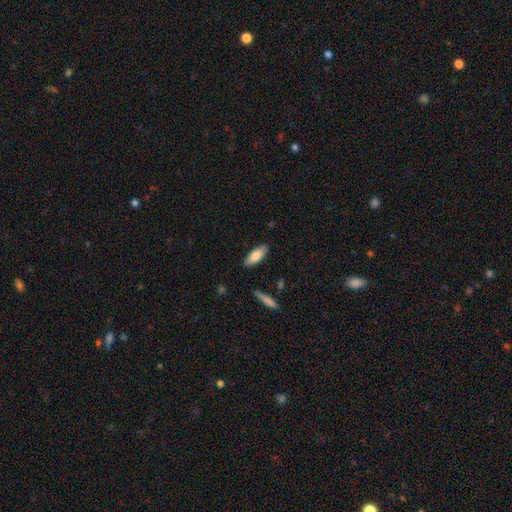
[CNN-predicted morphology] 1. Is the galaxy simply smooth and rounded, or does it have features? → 80% smooth, 14% featured or disk, 6% star or artifact.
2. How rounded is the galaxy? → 69% in between, 29% cigar-shaped, 2% round.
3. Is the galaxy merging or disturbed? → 85% none, 11% minor disturbance, 2% major disturbance, 2% merger.